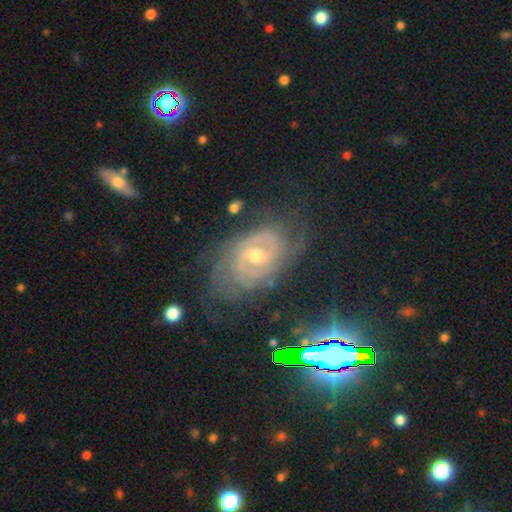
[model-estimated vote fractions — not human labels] A featured or disk galaxy (81%) with no bar (50%), 2 (39%) tight (66%) spiral arms (93%) and a moderate central bulge (58%). Merging: none (67%).